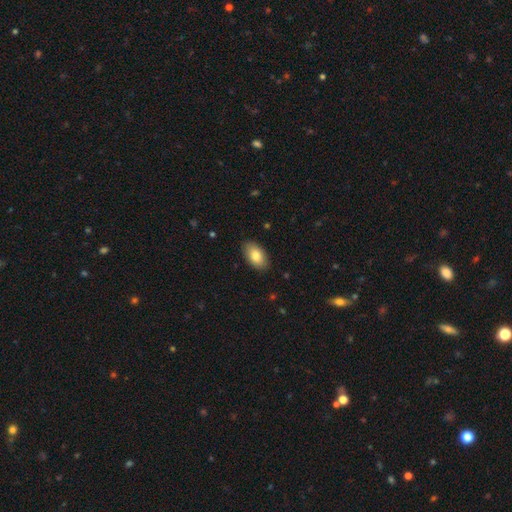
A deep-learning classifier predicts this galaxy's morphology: Smooth or featured? smooth (83%)
How rounded? in between (94%)
Merging? none (88%)